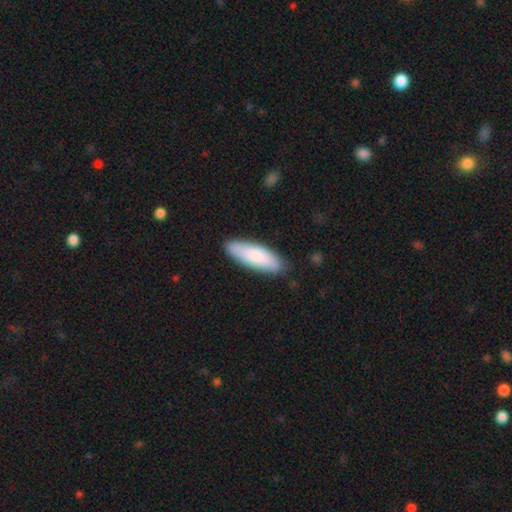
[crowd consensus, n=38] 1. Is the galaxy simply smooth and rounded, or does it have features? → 76% smooth, 16% featured or disk, 8% star or artifact.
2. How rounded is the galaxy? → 52% in between, 45% cigar-shaped, 3% round.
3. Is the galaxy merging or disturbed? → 71% none, 20% minor disturbance, 6% major disturbance, 3% merger.